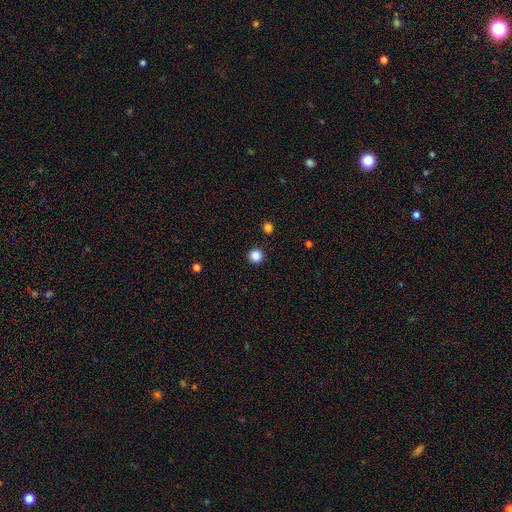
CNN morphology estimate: smooth 86%, star or artifact 11%, featured or disk 3%. Down the decision tree: how rounded — round (96%); merging — none (92%).